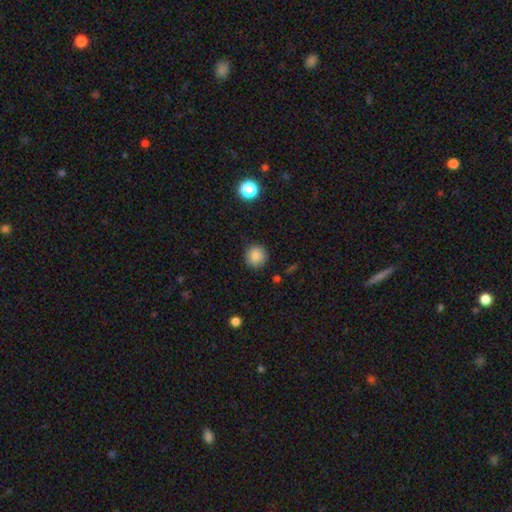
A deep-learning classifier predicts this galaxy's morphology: Smooth or featured? Predicted: smooth (p=0.85). How rounded? Predicted: round (p=0.94). Merging? Predicted: none (p=0.90).